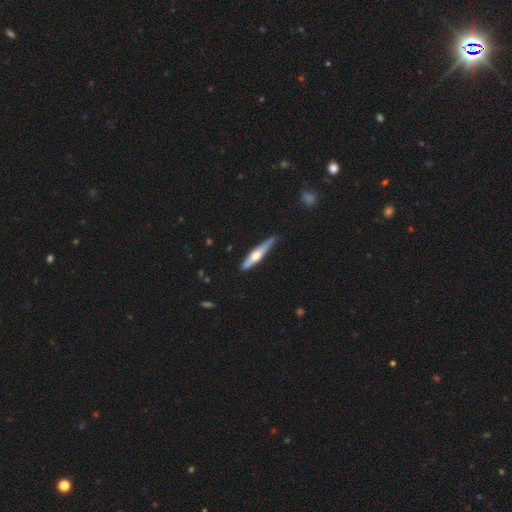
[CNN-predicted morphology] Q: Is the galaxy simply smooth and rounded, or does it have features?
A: featured or disk — 48%.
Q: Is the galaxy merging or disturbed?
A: none — 69%.